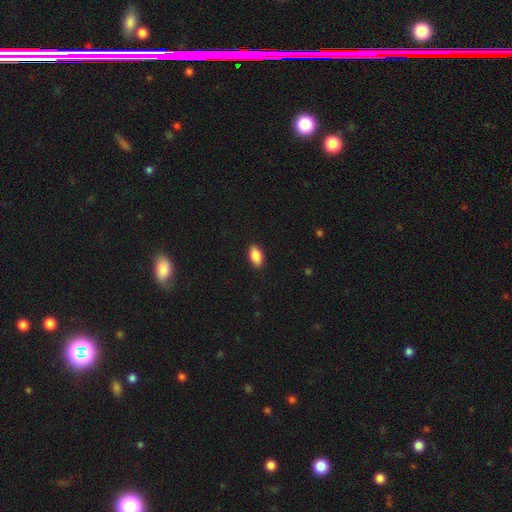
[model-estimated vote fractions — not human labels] Smooth or featured: smooth — 89% (star or artifact — 7%)
How rounded: in between — 93% (round — 4%)
Merging: none — 89% (minor disturbance — 8%)